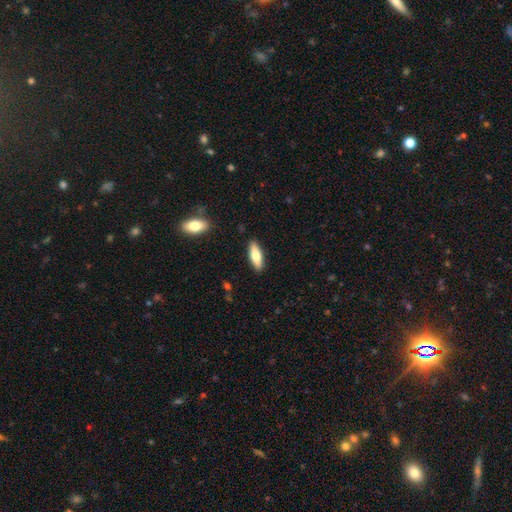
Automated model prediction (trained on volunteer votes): Smooth or featured: smooth — 71% (featured or disk — 23%)
How rounded: in between — 50% (cigar-shaped — 48%)
Merging: none — 89% (minor disturbance — 8%)